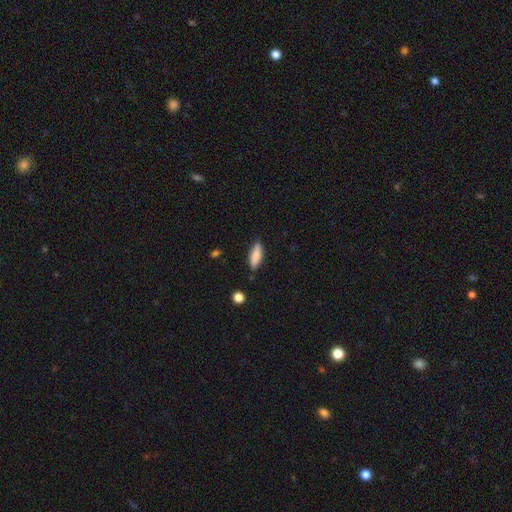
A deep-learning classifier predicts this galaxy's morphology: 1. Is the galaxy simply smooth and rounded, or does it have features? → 84% smooth, 10% featured or disk, 7% star or artifact.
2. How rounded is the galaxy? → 56% in between, 42% cigar-shaped, 2% round.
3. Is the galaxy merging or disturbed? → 82% none, 14% minor disturbance, 3% major disturbance, 2% merger.